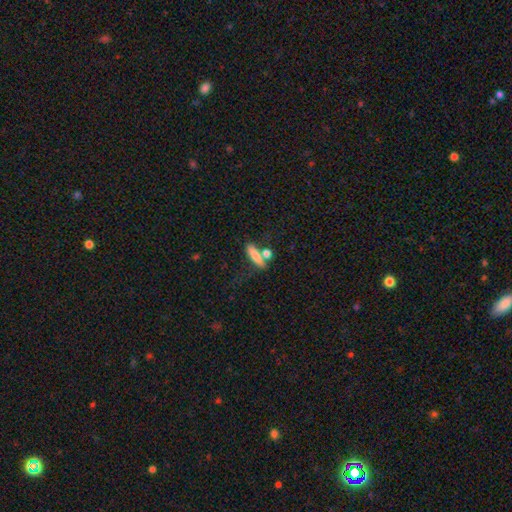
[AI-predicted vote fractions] This is likely a smooth galaxy (76%). How rounded: likely cigar-shaped (63%). Merging: possibly none (53%).